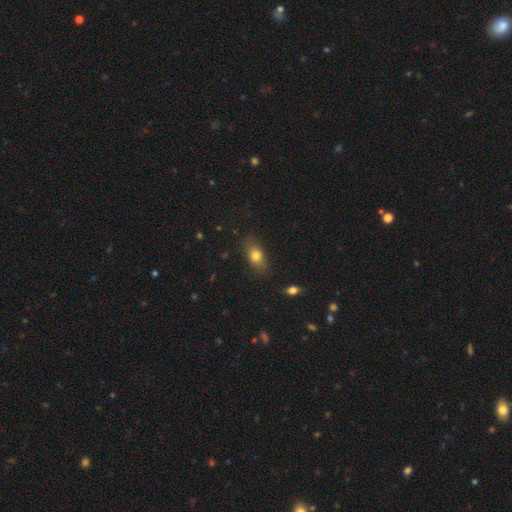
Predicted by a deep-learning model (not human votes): smooth-or-featured: smooth: 77% | featured or disk: 13% | star or artifact: 9%
  how-rounded: in between: 79% | round: 13% | cigar-shaped: 8%
  merging: none: 81% | minor disturbance: 14% | major disturbance: 4% | merger: 1%